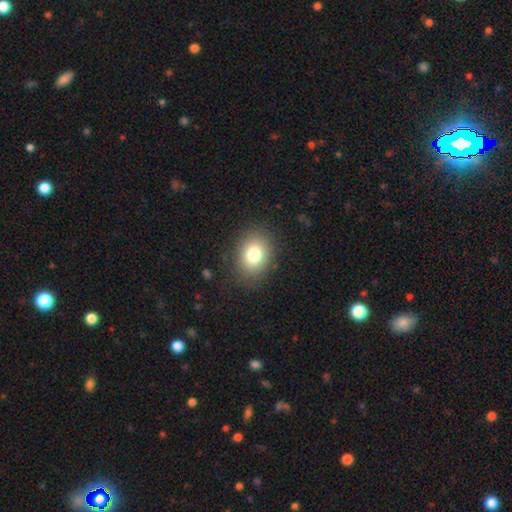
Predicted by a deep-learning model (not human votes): Smooth or featured? Predicted: smooth (p=0.79). How rounded? Predicted: in between (p=0.60). Merging? Predicted: none (p=0.89).